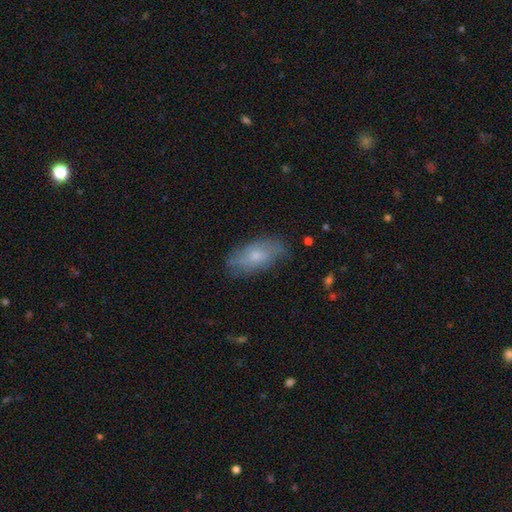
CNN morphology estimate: This appears to be a smooth galaxy with no disk features (59%) that is in between round and cigar-shaped (88%). Merging: none (72%).